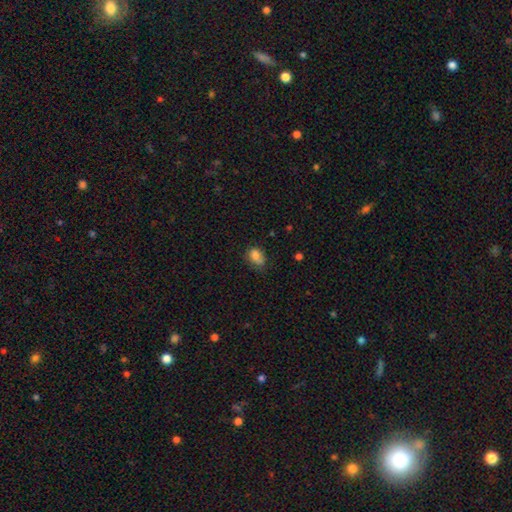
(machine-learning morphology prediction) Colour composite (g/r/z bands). It shows a smooth galaxy with no disk features (79%) that is in between round and cigar-shaped (71%). Merging: none (51%).